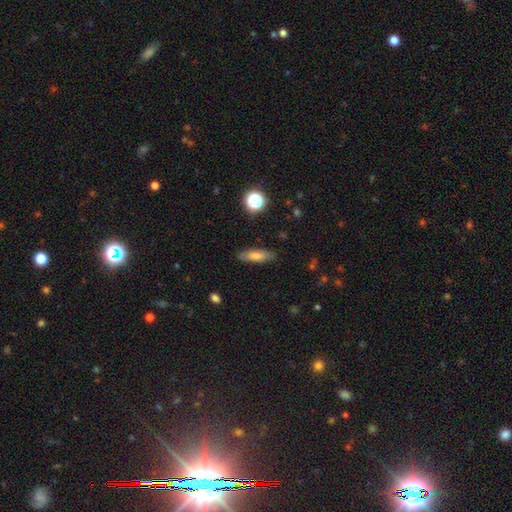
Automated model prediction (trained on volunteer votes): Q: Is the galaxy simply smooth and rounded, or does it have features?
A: smooth — 73%.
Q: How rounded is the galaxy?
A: cigar-shaped — 50%.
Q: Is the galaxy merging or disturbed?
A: none — 85%.